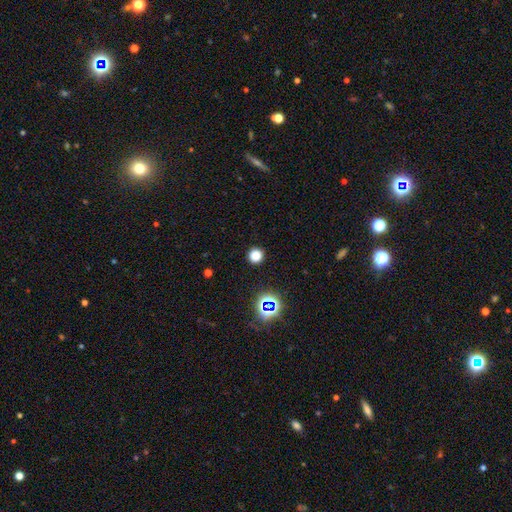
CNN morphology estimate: Overall: smooth (75%). How rounded: round (93%). Merging: none (90%).